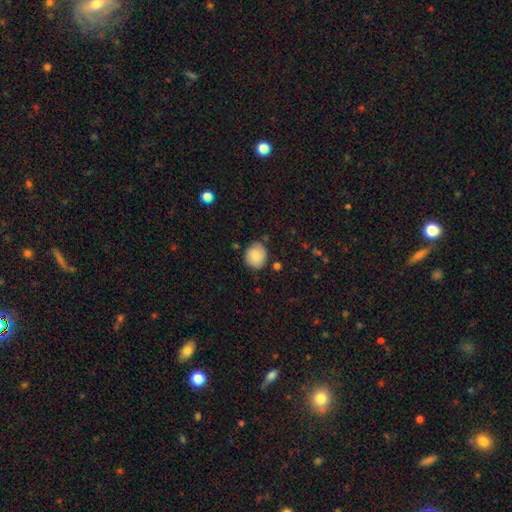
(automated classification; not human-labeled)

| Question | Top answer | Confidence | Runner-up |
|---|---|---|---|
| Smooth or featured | smooth | 84% | featured or disk (8%) |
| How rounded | round | 79% | in between (20%) |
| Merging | none | 80% | minor disturbance (15%) |